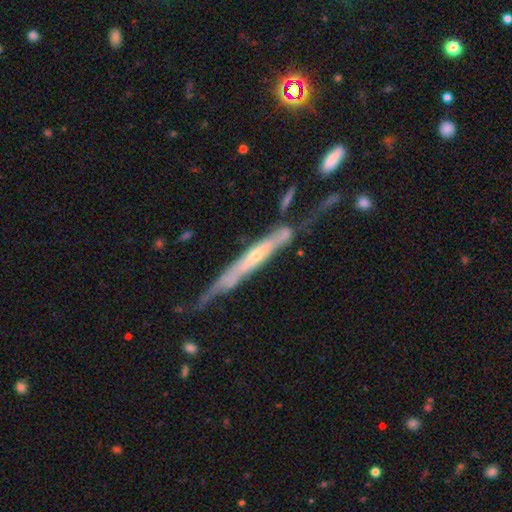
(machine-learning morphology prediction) Smooth or featured? Predicted: featured or disk (p=0.77). Edge-on disk? Predicted: yes (p=0.82). Edge-on bulge? Predicted: rounded (p=0.47). Merging? Predicted: none (p=0.52).